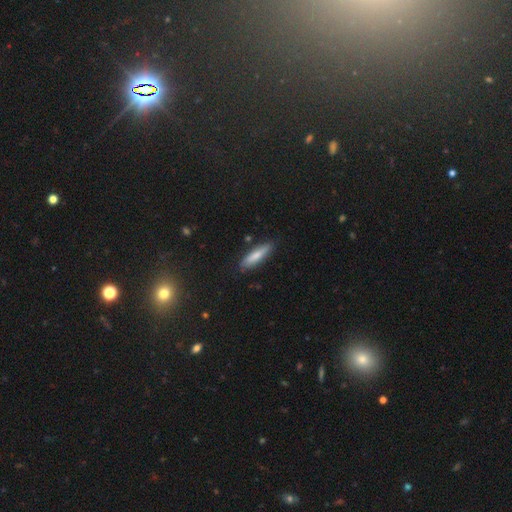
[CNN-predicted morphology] Smooth or featured? Predicted: smooth (p=0.72). How rounded? Predicted: cigar-shaped (p=0.72). Merging? Predicted: none (p=0.83).